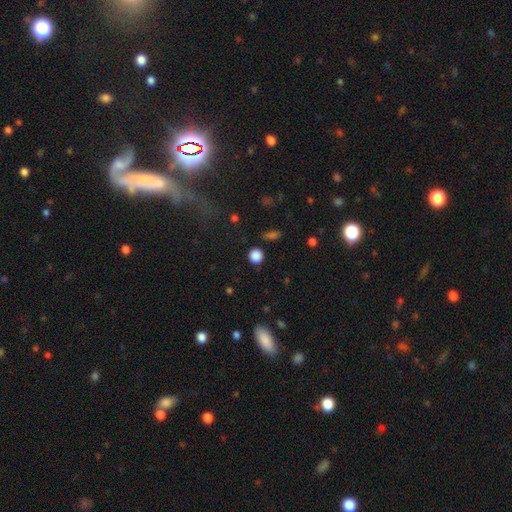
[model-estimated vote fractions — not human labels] A smooth galaxy with no disk features (85%) that is round (89%).

Vote fractions:
- Smooth or featured? smooth: 85% / star or artifact: 11% / featured or disk: 4%
- How rounded? round: 89% / in between: 9% / cigar-shaped: 1%
- Merging? none: 87% / minor disturbance: 8% / major disturbance: 3% / merger: 2%